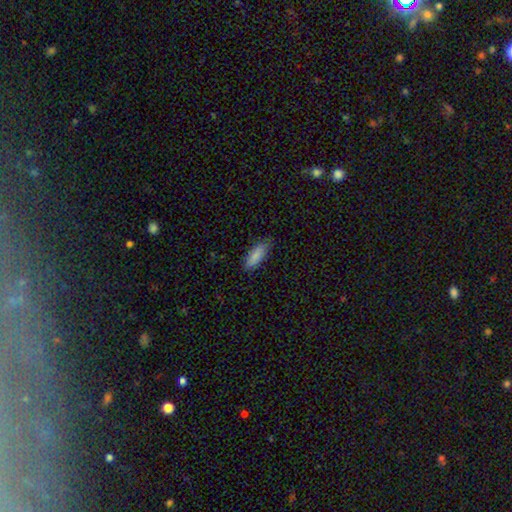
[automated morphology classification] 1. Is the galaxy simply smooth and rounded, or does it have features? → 87% smooth, 7% featured or disk, 6% star or artifact.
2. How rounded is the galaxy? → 65% in between, 34% cigar-shaped, 2% round.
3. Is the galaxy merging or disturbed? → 79% none, 17% minor disturbance, 3% major disturbance, 1% merger.